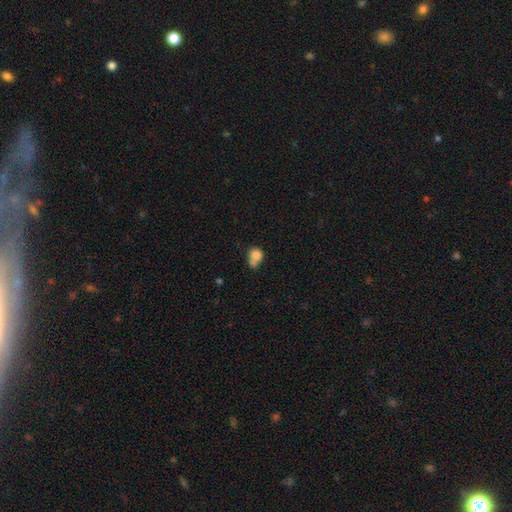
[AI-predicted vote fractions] Smooth or featured?
  - smooth: 80% *
  - featured or disk: 10%
  - star or artifact: 10%
How rounded?
  - round: 70% *
  - in between: 28%
  - cigar-shaped: 1%
Merging?
  - merger: 49% *
  - none: 32%
  - minor disturbance: 13%
  - major disturbance: 7%